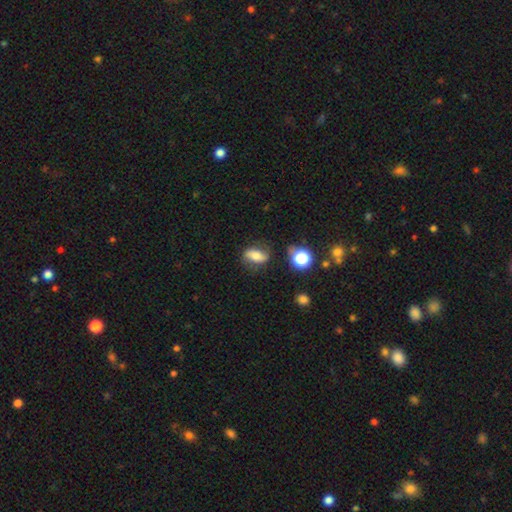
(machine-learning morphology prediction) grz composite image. It shows a smooth galaxy with no disk features (52%) that is in between round and cigar-shaped (76%). Merging: none (68%).